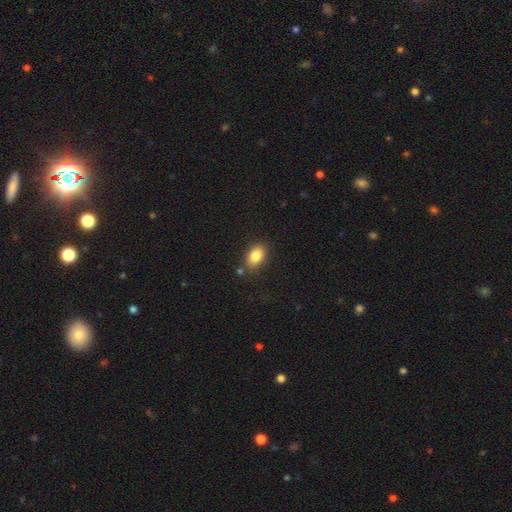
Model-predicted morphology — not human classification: Smooth or featured?
  - smooth: 84% *
  - star or artifact: 9%
  - featured or disk: 7%
How rounded?
  - in between: 86% *
  - round: 12%
  - cigar-shaped: 2%
Merging?
  - none: 79% *
  - minor disturbance: 13%
  - merger: 5%
  - major disturbance: 3%